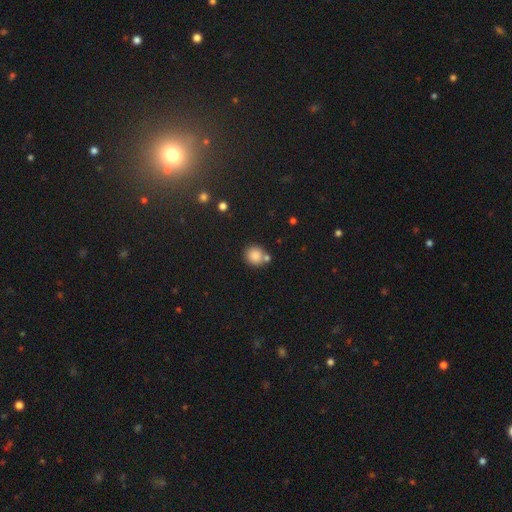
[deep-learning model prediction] Smooth or featured?
  - smooth: 84% *
  - star or artifact: 10%
  - featured or disk: 6%
How rounded?
  - round: 89% *
  - in between: 10%
  - cigar-shaped: 1%
Merging?
  - none: 68% *
  - merger: 19%
  - minor disturbance: 10%
  - major disturbance: 3%